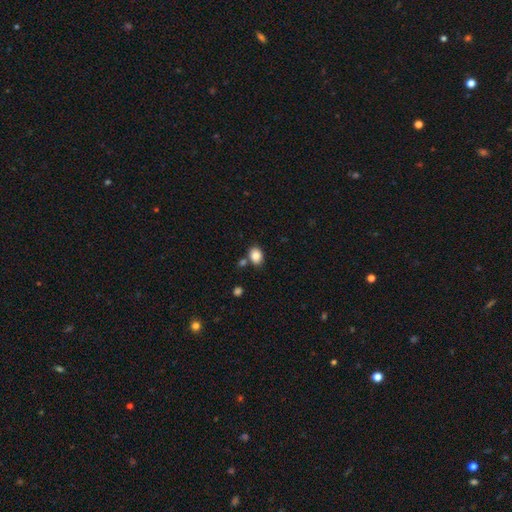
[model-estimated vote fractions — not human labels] smooth 85%, star or artifact 9%, featured or disk 6%. Down the decision tree: how rounded — in between (70%); merging — none (74%).